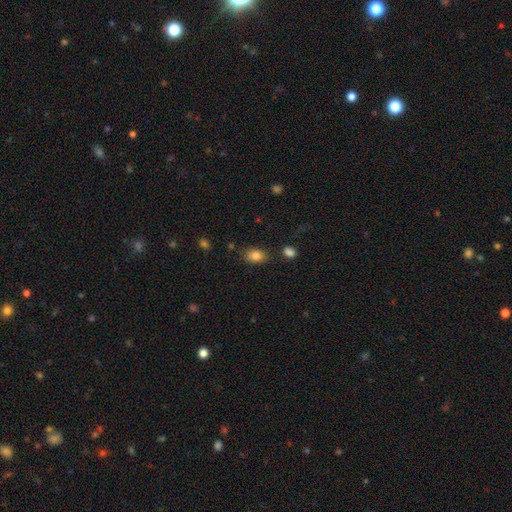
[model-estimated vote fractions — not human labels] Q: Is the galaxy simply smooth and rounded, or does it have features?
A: smooth — 83%.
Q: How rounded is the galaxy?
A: in between — 79%.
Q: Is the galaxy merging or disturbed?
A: none — 78%.